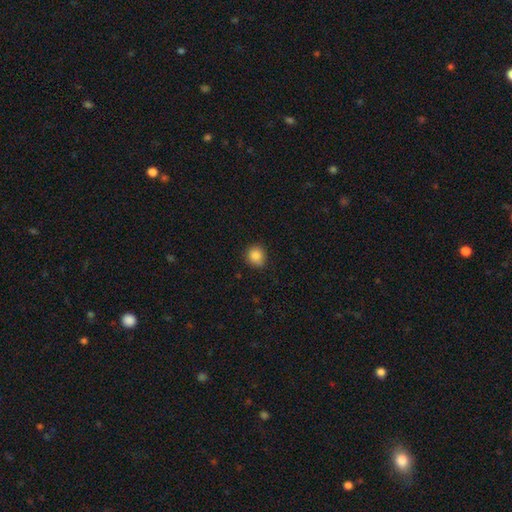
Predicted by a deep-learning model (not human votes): This appears to be a smooth galaxy with no disk features (86%) that is round (85%). Merging: none (85%).